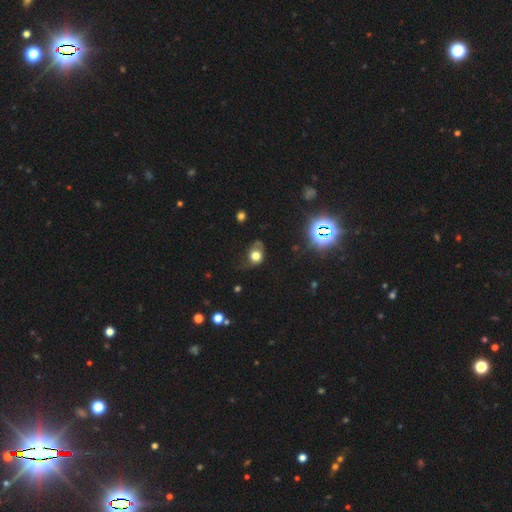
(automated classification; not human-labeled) A smooth galaxy with no disk features (61%) that is in between round and cigar-shaped (52%).

Vote fractions:
- Smooth or featured? smooth: 61% / featured or disk: 23% / star or artifact: 16%
- How rounded? in between: 52% / round: 46% / cigar-shaped: 1%
- Merging? none: 40% / minor disturbance: 31% / major disturbance: 26% / merger: 3%